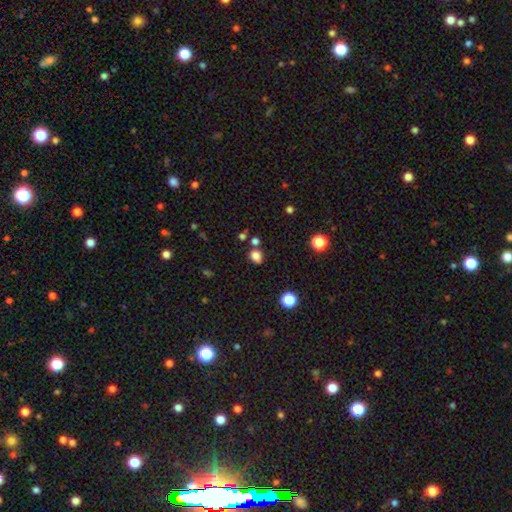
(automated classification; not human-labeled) The model was most divided on "how rounded": round: 61%, in between: 38%, cigar-shaped: 1%. More confident: smooth or featured — smooth (80%); merging — none (71%).